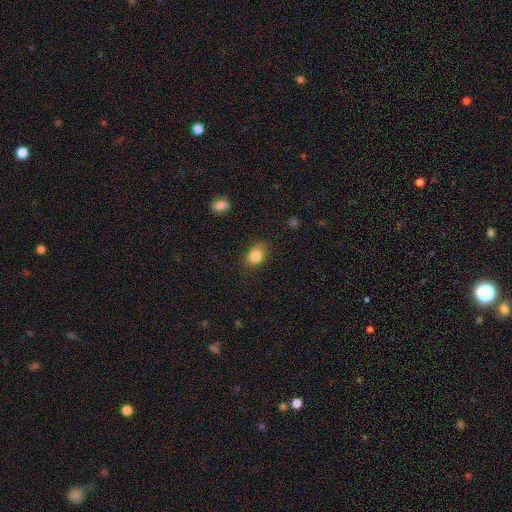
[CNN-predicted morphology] A smooth galaxy with no disk features (83%) that is in between round and cigar-shaped (66%). Merging: none (79%).